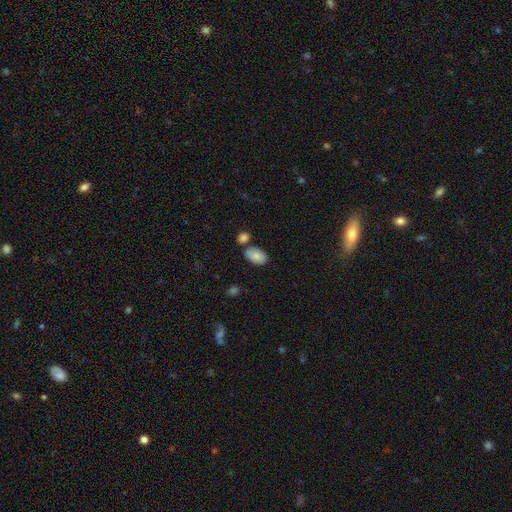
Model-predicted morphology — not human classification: Smooth or featured?
  - smooth: 85% *
  - featured or disk: 7%
  - star or artifact: 7%
How rounded?
  - in between: 92% *
  - round: 7%
  - cigar-shaped: 1%
Merging?
  - none: 65% *
  - merger: 16%
  - minor disturbance: 15%
  - major disturbance: 4%